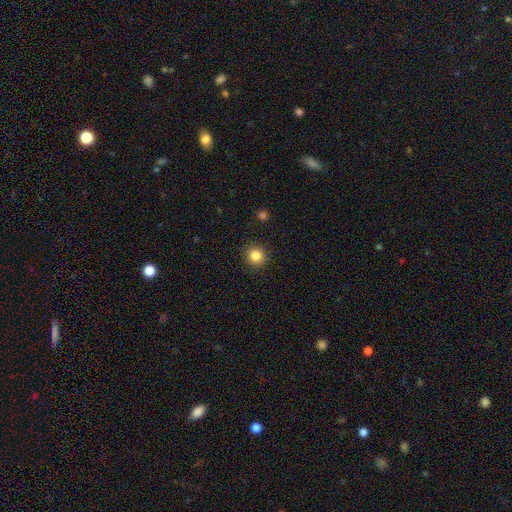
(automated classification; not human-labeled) Overall: smooth (84%). How rounded: round (94%). Merging: none (91%).